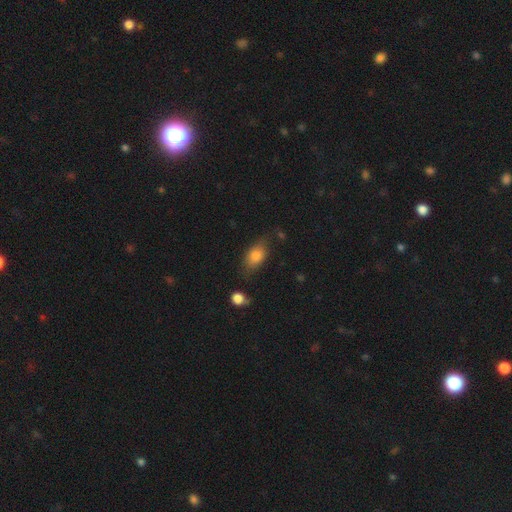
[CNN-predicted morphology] The model was most divided on "merging": none: 64%, minor disturbance: 24%, major disturbance: 8%, merger: 4%. More confident: how rounded — in between (84%); smooth or featured — smooth (80%).